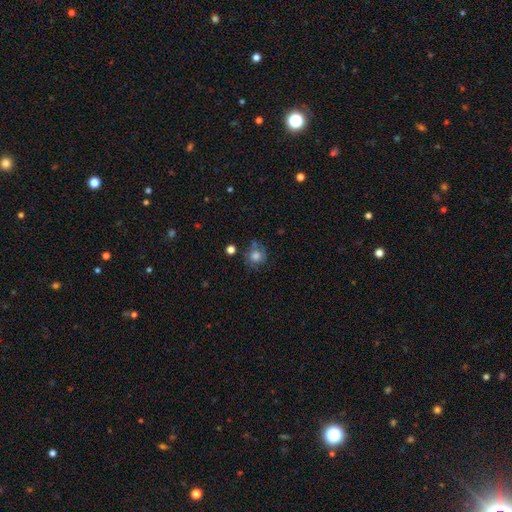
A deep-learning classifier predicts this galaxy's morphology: type=smooth (61%); roundness=round (85%); merging=none (65%).